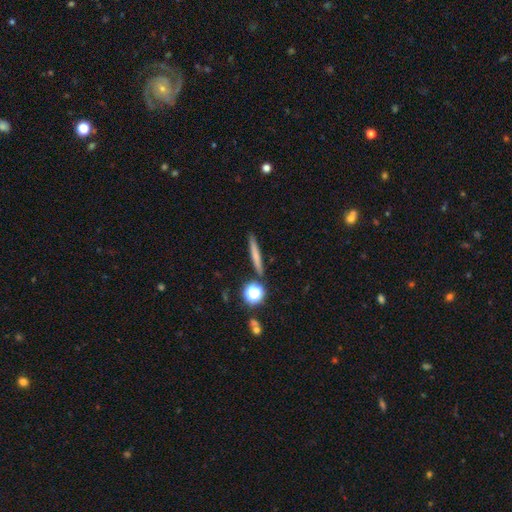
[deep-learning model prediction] Smooth or featured? Predicted: smooth (p=0.66). How rounded? Predicted: cigar-shaped (p=0.89). Merging? Predicted: none (p=0.87).